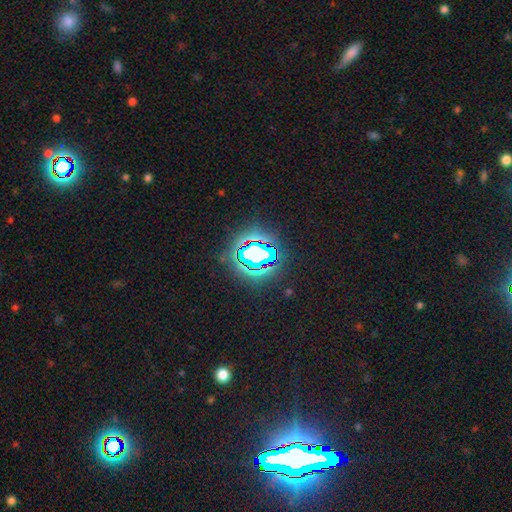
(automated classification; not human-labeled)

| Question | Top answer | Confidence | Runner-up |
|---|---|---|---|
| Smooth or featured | star or artifact | 69% | smooth (19%) |